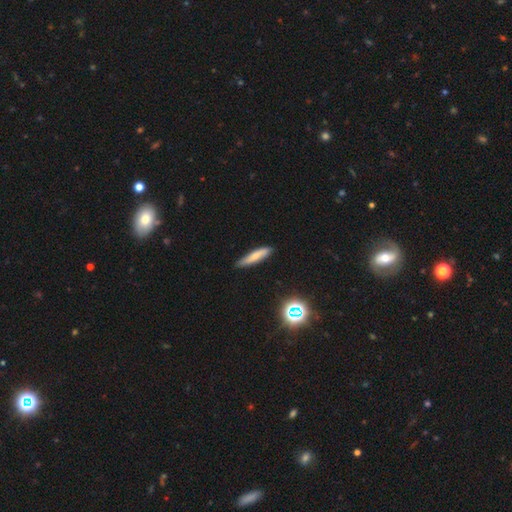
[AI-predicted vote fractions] Smooth or featured? smooth (65%)
How rounded? cigar-shaped (84%)
Merging? none (82%)